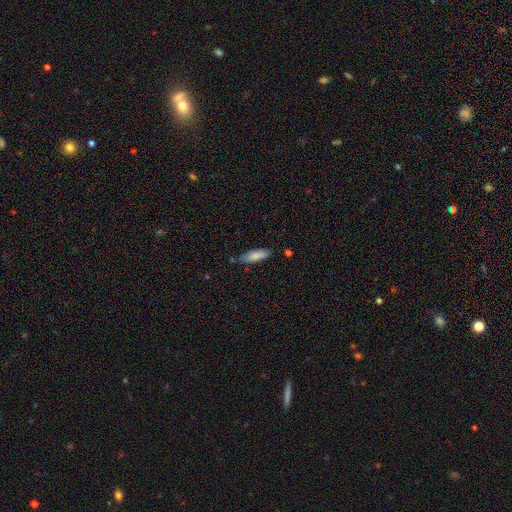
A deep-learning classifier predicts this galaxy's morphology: Smooth or featured: smooth — 79% (featured or disk — 15%)
How rounded: cigar-shaped — 57% (in between — 42%)
Merging: none — 72% (minor disturbance — 20%)